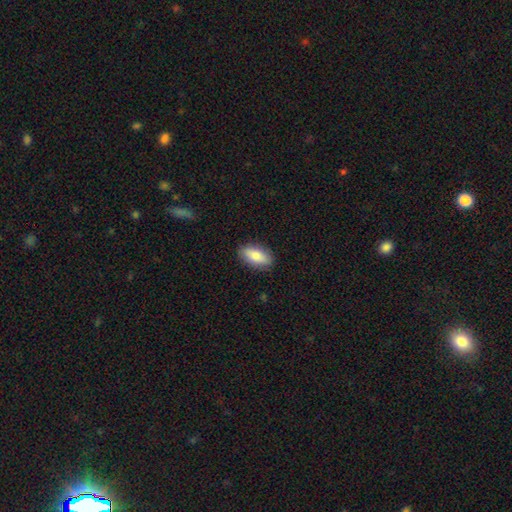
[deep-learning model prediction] smooth-or-featured: smooth: 81% | featured or disk: 12% | star or artifact: 6%
  how-rounded: in between: 88% | cigar-shaped: 8% | round: 4%
  merging: none: 87% | minor disturbance: 10% | major disturbance: 2% | merger: 1%